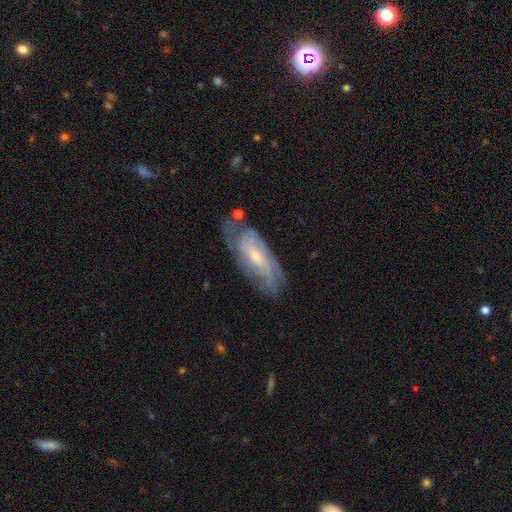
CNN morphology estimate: Smooth or featured: featured or disk — 73% (smooth — 21%)
Edge-on disk: no — 88% (yes — 12%)
Bar: no — 55% (weak — 36%)
Spiral arms: yes — 89% (no — 11%)
Spiral winding: tight — 52% (medium — 35%)
Spiral arm count: can't tell — 46% (2 — 27%)
Bulge size: small — 54% (moderate — 40%)
Merging: none — 66% (minor disturbance — 23%)